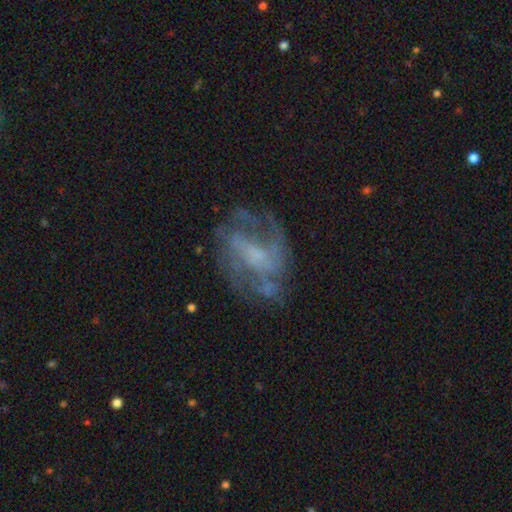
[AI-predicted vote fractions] Overall: featured or disk (78%). Edge-on disk: no (97%). Bar: weak (44%; no 36%). Spiral arms: yes (81%). Spiral arm count: 2 (40%; can't tell 29%). Spiral winding: medium (45%; loose 30%). Bulge size: small (39%; none 32%). Merging: none (57%; major disturbance 21%).